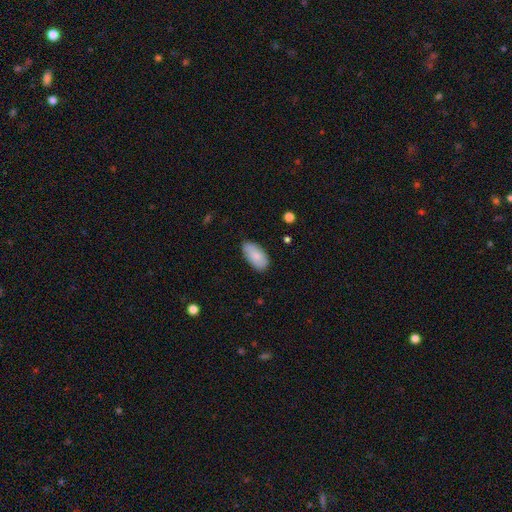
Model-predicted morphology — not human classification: Overall: smooth (85%). How rounded: in between (94%). Merging: none (80%).